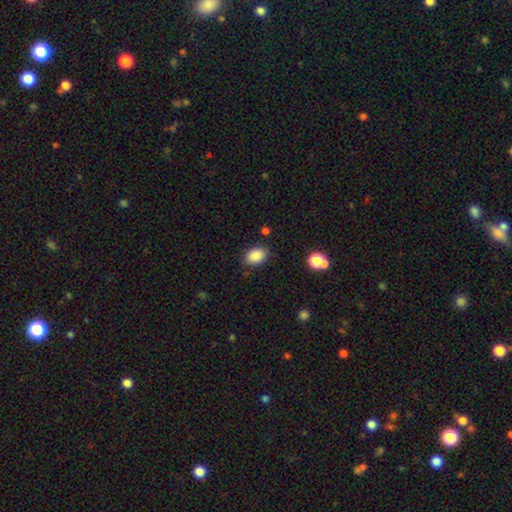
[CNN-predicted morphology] Smooth or featured? smooth (88%)
How rounded? in between (82%)
Merging? none (84%)